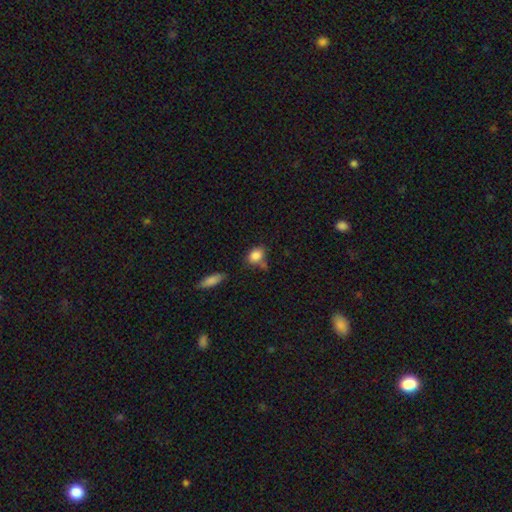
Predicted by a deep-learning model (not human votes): Smooth or featured?
  - smooth: 84% *
  - star or artifact: 9%
  - featured or disk: 7%
How rounded?
  - in between: 64% *
  - round: 33%
  - cigar-shaped: 2%
Merging?
  - none: 52% *
  - minor disturbance: 25%
  - merger: 14%
  - major disturbance: 8%